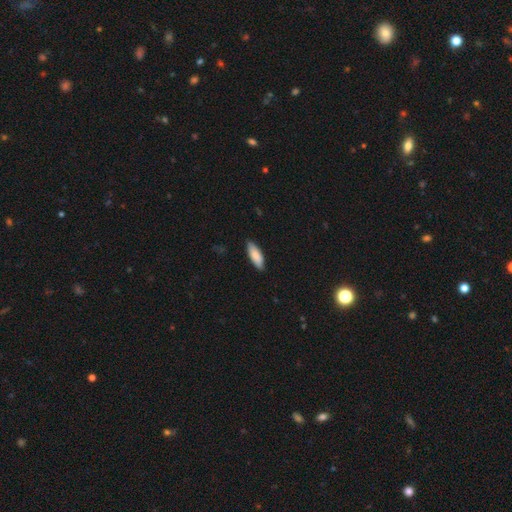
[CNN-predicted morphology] A smooth galaxy with no disk features (86%) that is in between round and cigar-shaped (70%).

Vote fractions:
- Smooth or featured? smooth: 86% / featured or disk: 8% / star or artifact: 5%
- How rounded? in between: 70% / cigar-shaped: 28% / round: 2%
- Merging? none: 84% / minor disturbance: 13% / major disturbance: 2% / merger: 1%